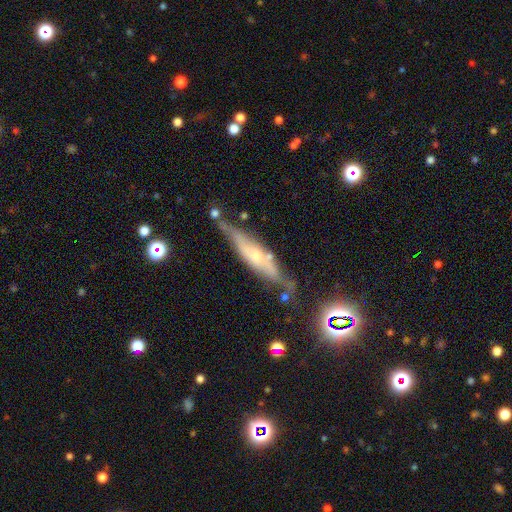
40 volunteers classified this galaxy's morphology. smooth_or_featured: featured or disk (p=0.53) [alt: smooth p=0.38]
disk_edge_on: yes (p=0.71) [alt: no p=0.29]
edge_on_bulge: rounded (p=0.53) [alt: none p=0.27]
merging: none (p=0.67) [alt: minor disturbance p=0.22]